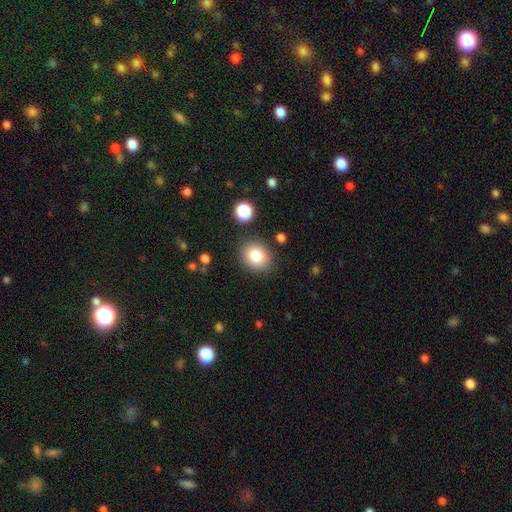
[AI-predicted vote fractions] A smooth galaxy with no disk features (83%) that is round (68%). Merging: none (83%).